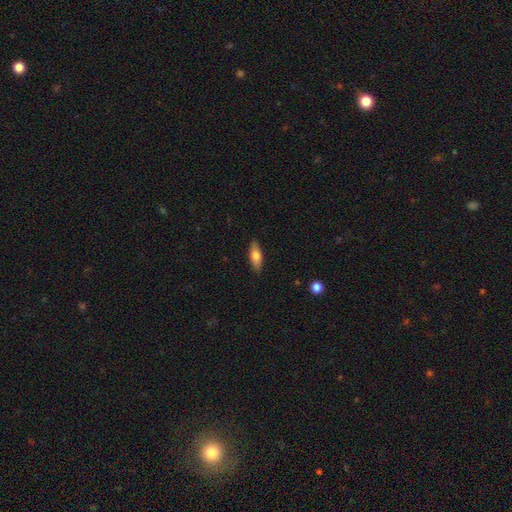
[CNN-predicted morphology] The model was most divided on "how rounded": in between: 65%, cigar-shaped: 33%, round: 2%. More confident: merging — none (88%); smooth or featured — smooth (73%).